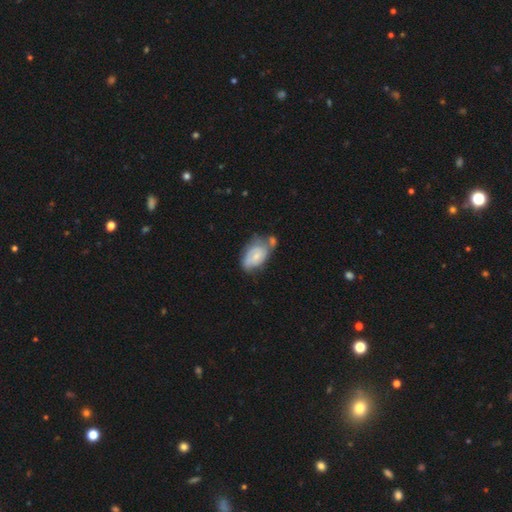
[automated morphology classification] This is possibly a featured or disk galaxy (52%). It is clearly not viewed edge-on (96%). Bar: possibly no (56%). Spiral arm pattern: likely yes (78%). Central bulge: possibly small (54%). Merging: marginally none (35%).